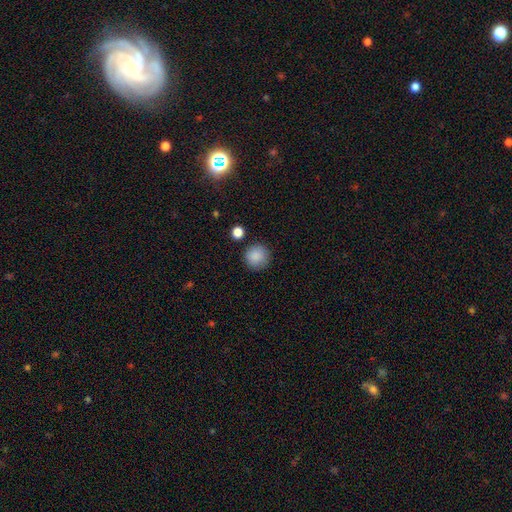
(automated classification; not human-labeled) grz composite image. It shows a smooth galaxy with no disk features (88%) that is round (94%). Merging: none (87%).